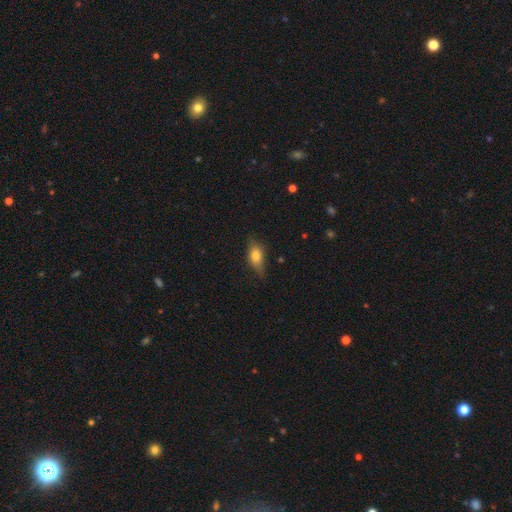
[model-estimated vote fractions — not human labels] This is likely a smooth galaxy (70%). How rounded: likely in between (77%). Merging: likely none (70%).